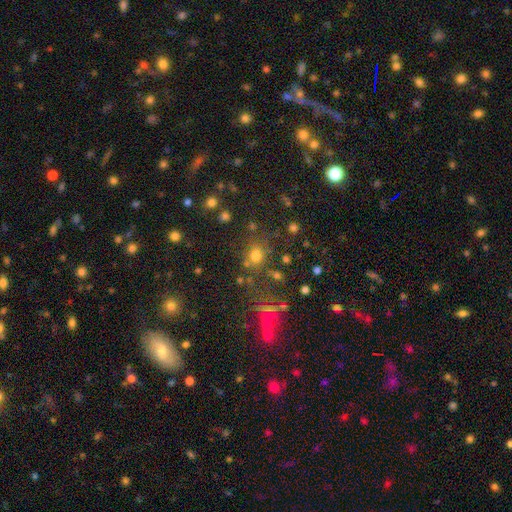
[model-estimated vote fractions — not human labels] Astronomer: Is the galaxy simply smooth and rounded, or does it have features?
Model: smooth — 63%.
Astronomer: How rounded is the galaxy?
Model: round — 72%.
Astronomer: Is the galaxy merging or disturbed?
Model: none — 70%.